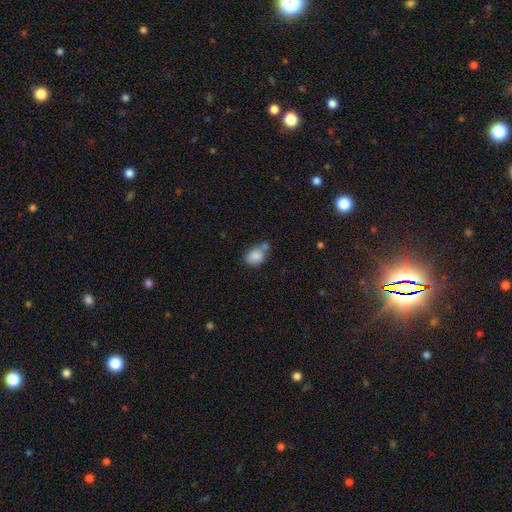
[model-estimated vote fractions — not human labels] smooth 84%, star or artifact 9%, featured or disk 7%. Down the decision tree: how rounded — in between (58%); merging — none (41%).